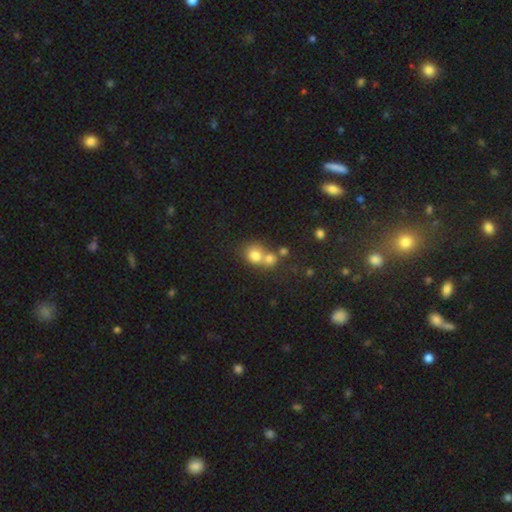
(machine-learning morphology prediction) Smooth or featured?
  - smooth: 75% *
  - star or artifact: 13%
  - featured or disk: 12%
How rounded?
  - round: 75% *
  - in between: 24%
  - cigar-shaped: 1%
Merging?
  - merger: 54% *
  - none: 35%
  - minor disturbance: 7%
  - major disturbance: 4%